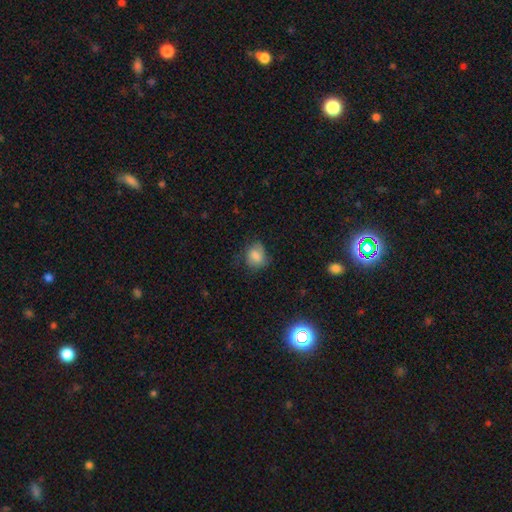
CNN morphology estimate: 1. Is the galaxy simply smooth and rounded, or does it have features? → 76% smooth, 15% featured or disk, 9% star or artifact.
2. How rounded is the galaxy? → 53% round, 46% in between, 1% cigar-shaped.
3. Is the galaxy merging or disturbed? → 59% none, 28% minor disturbance, 12% major disturbance, 2% merger.